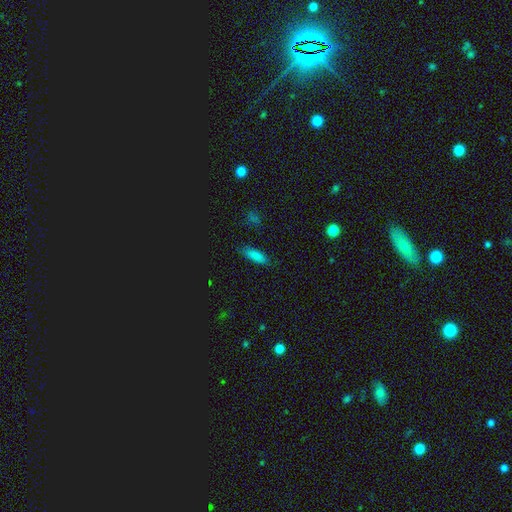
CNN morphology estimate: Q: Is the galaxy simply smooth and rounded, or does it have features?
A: smooth — 80%.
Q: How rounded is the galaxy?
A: in between — 61%.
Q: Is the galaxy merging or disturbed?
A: none — 82%.